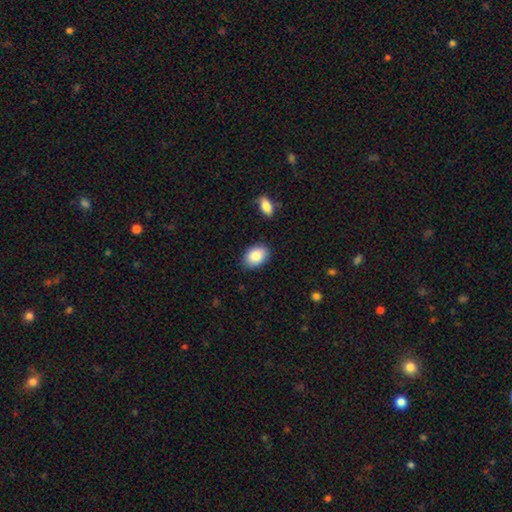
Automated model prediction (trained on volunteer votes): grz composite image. It shows a smooth galaxy with no disk features (87%) that is in between round and cigar-shaped (82%). Merging: none (85%).